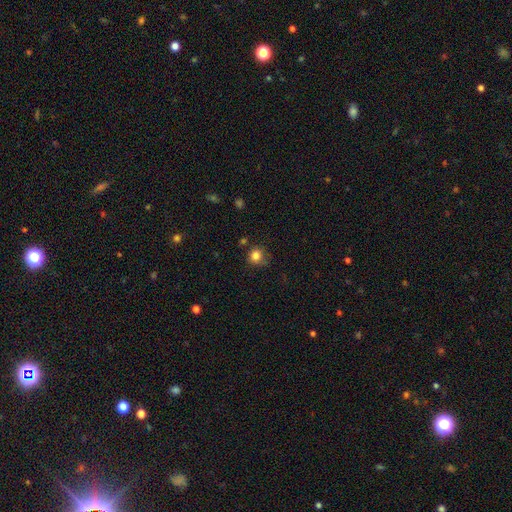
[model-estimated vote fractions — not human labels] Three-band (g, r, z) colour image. It shows a smooth galaxy with no disk features (83%) that is round (87%). Merging: none (73%).